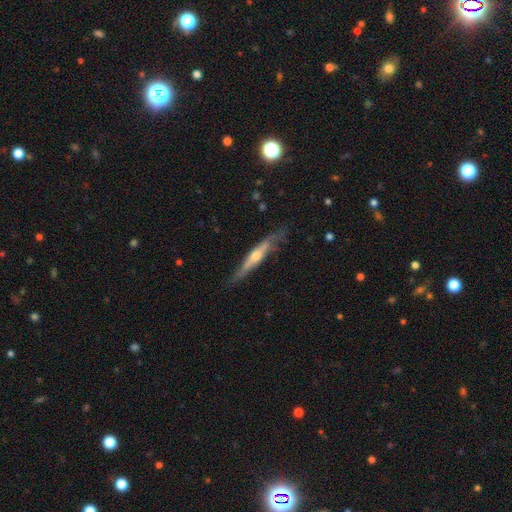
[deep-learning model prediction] Smooth or featured? Predicted: featured or disk (p=0.65). Edge-on disk? Predicted: yes (p=0.86). Edge-on bulge? Predicted: rounded (p=0.81). Merging? Predicted: none (p=0.70).